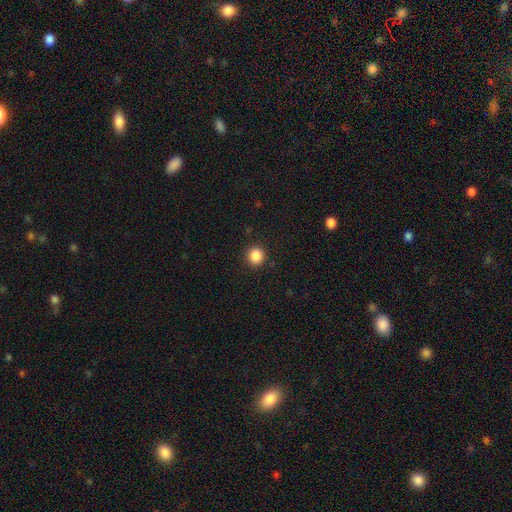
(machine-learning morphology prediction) type=smooth (87%); roundness=round (88%); merging=none (90%).